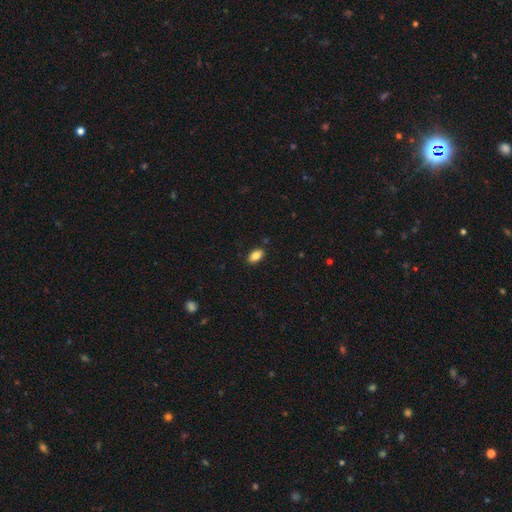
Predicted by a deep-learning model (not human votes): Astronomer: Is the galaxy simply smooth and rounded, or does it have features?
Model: smooth — 85%.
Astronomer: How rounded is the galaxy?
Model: in between — 92%.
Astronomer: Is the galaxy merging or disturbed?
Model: none — 87%.